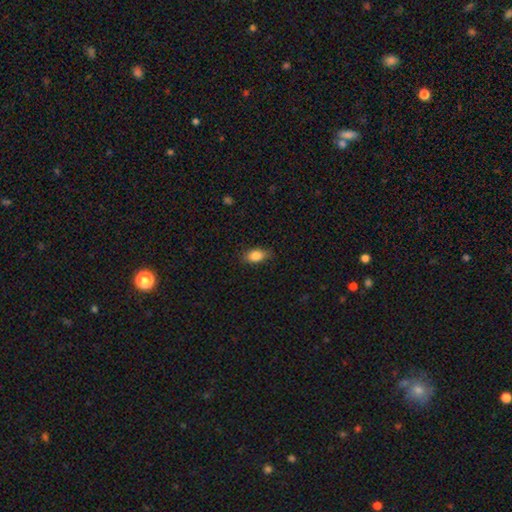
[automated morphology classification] Smooth or featured? smooth (85%)
How rounded? in between (86%)
Merging? none (83%)